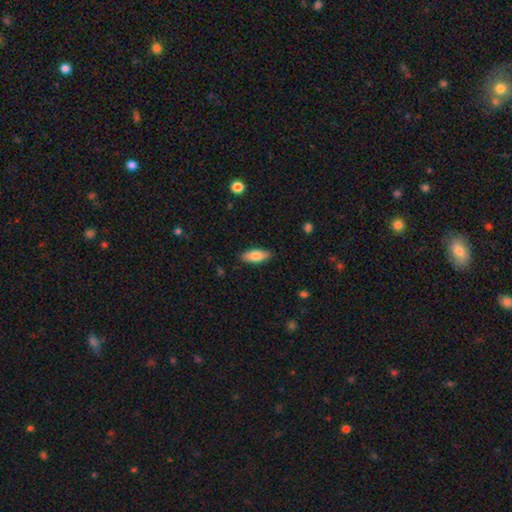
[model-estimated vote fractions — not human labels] smooth 82%, featured or disk 12%, star or artifact 6%. Down the decision tree: how rounded — in between (80%); merging — none (86%).